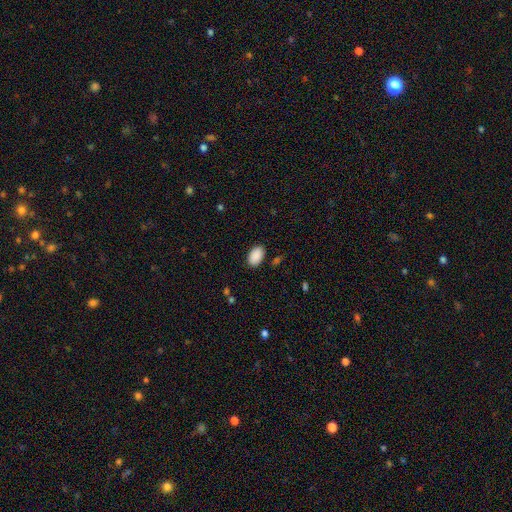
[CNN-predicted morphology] Q: Smooth or featured?
A: smooth (90%); runner-up: star or artifact (7%)
Q: How rounded?
A: in between (92%); runner-up: round (7%)
Q: Merging?
A: none (87%); runner-up: minor disturbance (9%)